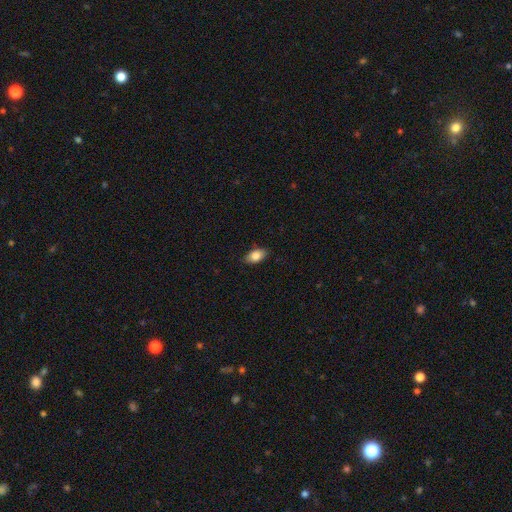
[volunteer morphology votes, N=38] type=smooth (87%); roundness=in between (100%); merging=none (84%).